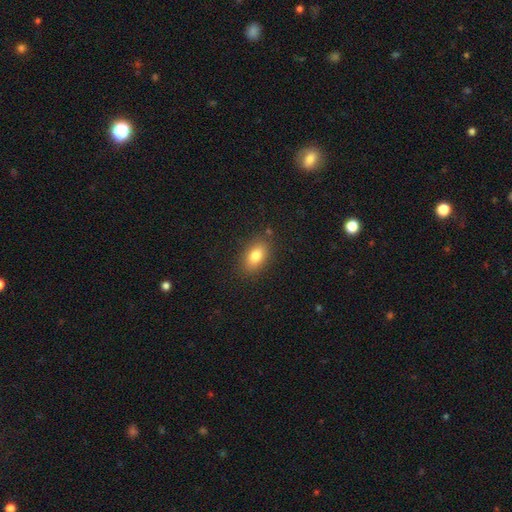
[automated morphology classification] A smooth galaxy with no disk features (81%) that is in between round and cigar-shaped (87%). Merging: none (84%).